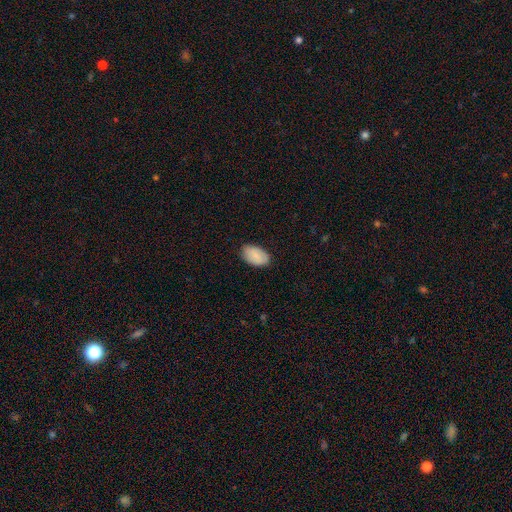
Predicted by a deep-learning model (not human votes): Overall: smooth (85%). How rounded: in between (94%). Merging: none (83%).